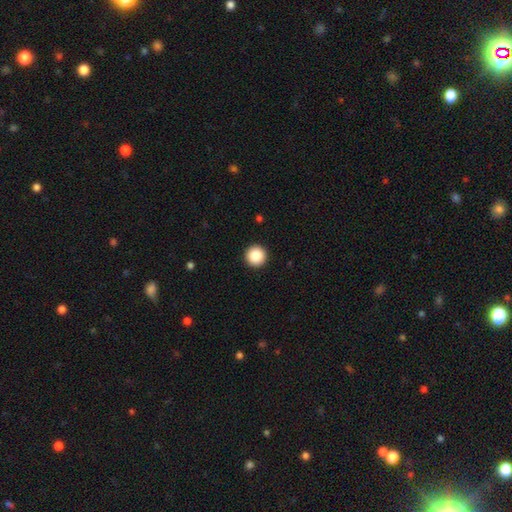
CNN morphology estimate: Smooth or featured: smooth — 87% (star or artifact — 9%)
How rounded: round — 97% (in between — 2%)
Merging: none — 94% (minor disturbance — 4%)